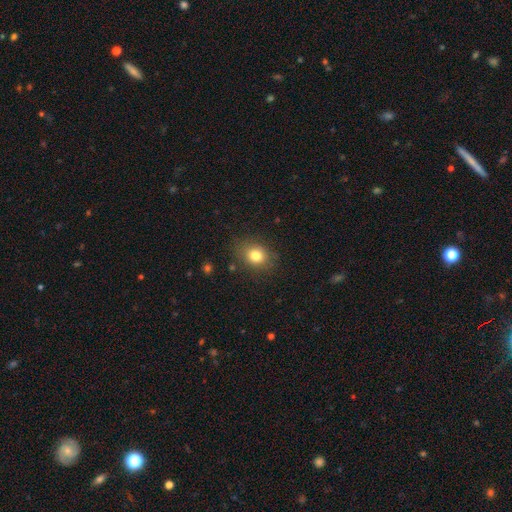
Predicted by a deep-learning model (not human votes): smooth 80%, star or artifact 11%, featured or disk 9%. Down the decision tree: how rounded — in between (52%); merging — none (80%).